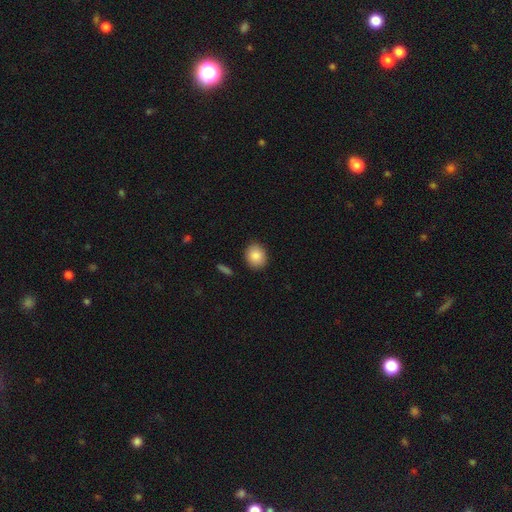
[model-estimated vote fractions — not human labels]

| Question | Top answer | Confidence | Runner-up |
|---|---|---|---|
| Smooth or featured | smooth | 87% | star or artifact (7%) |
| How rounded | round | 58% | in between (41%) |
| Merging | none | 88% | minor disturbance (8%) |